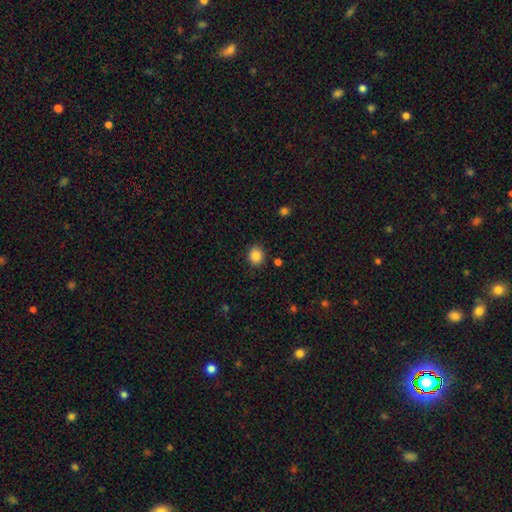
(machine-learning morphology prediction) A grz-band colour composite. It shows a smooth galaxy with no disk features (86%) that is round (72%). Merging: none (87%).